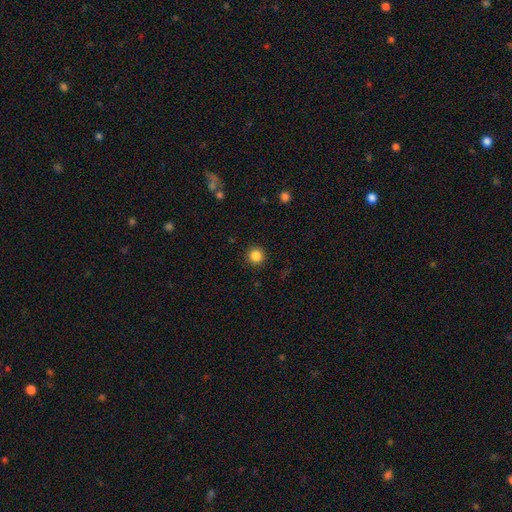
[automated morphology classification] The model was most divided on "smooth or featured": smooth: 85%, star or artifact: 11%, featured or disk: 4%. More confident: how rounded — round (95%); merging — none (92%).